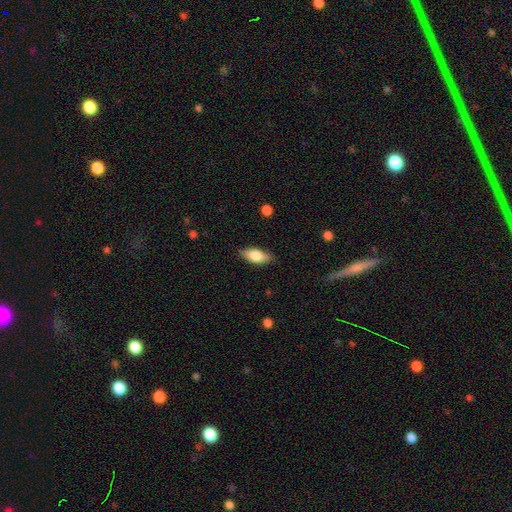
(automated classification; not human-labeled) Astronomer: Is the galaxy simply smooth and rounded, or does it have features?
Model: smooth — 78%.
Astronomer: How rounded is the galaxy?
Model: in between — 84%.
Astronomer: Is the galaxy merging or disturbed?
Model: none — 85%.